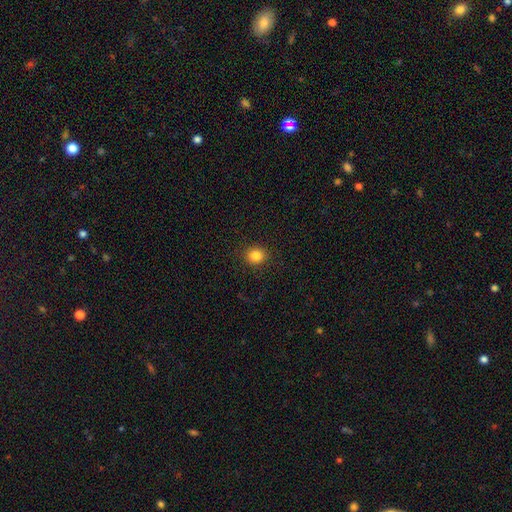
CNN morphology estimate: smooth 85%, star or artifact 11%, featured or disk 4%. Down the decision tree: how rounded — round (79%); merging — none (90%).